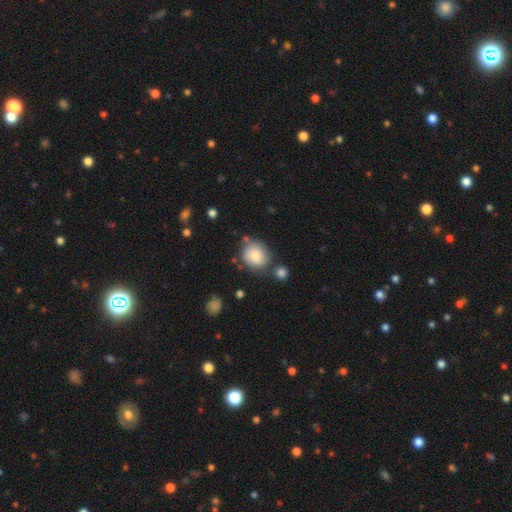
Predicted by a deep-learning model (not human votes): Smooth or featured? Predicted: smooth (p=0.80). How rounded? Predicted: round (p=0.74). Merging? Predicted: none (p=0.65).